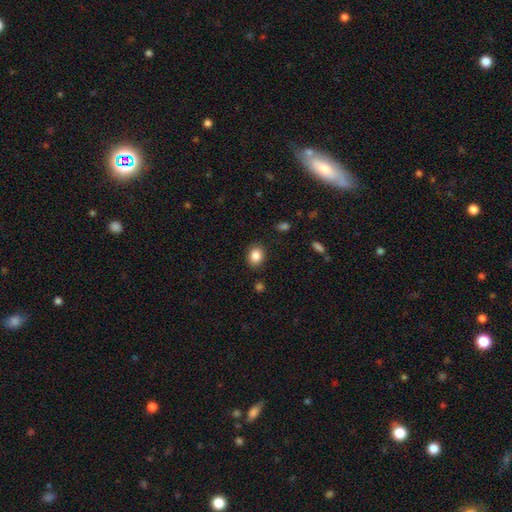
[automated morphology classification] Smooth or featured: smooth — 86% (star or artifact — 9%)
How rounded: in between — 50% (round — 49%)
Merging: none — 86% (minor disturbance — 10%)